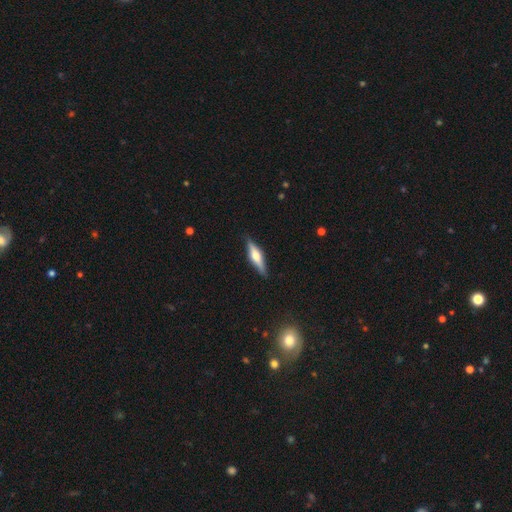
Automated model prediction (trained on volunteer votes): A featured or disk galaxy (56%) viewed edge-on (95%) with a rounded central bulge (90%). Merging: none (87%).